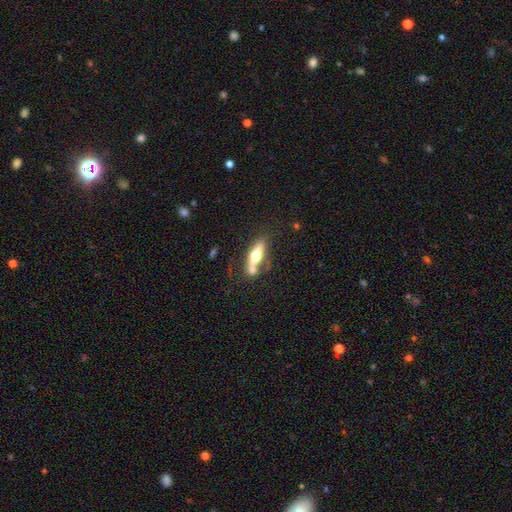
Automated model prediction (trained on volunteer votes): smooth-or-featured: featured or disk: 51% | smooth: 43% | star or artifact: 6%
  disk-edge-on: yes: 83% | no: 17%
  merging: none: 53% | merger: 23% | minor disturbance: 17% | major disturbance: 7%